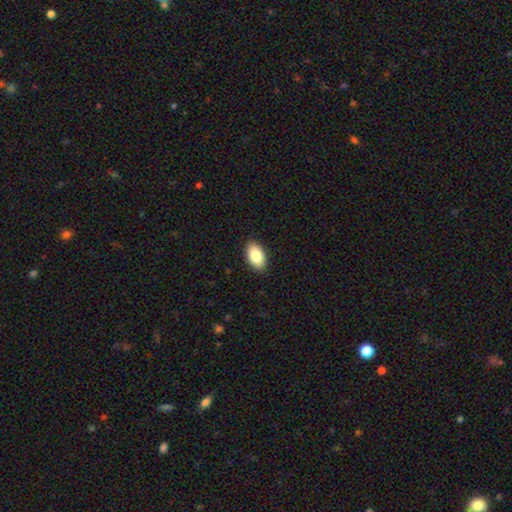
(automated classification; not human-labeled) smooth_or_featured: smooth (p=0.85) [alt: featured or disk p=0.08]
how_rounded: in between (p=0.94) [alt: round p=0.04]
merging: none (p=0.89) [alt: minor disturbance p=0.08]